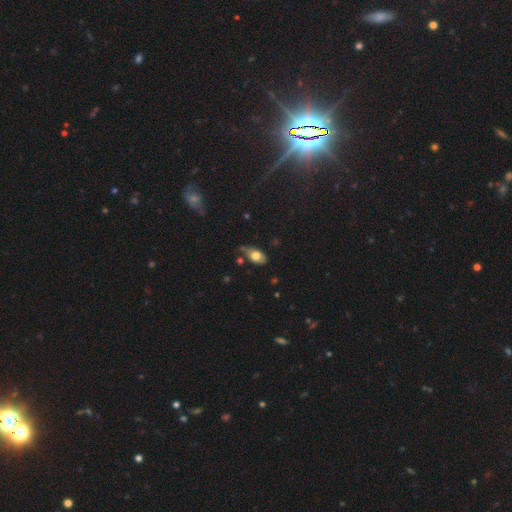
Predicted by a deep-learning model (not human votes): The model was most divided on "merging": none: 49%, minor disturbance: 33%, major disturbance: 10%, merger: 7%. More confident: how rounded — in between (88%); smooth or featured — smooth (72%).